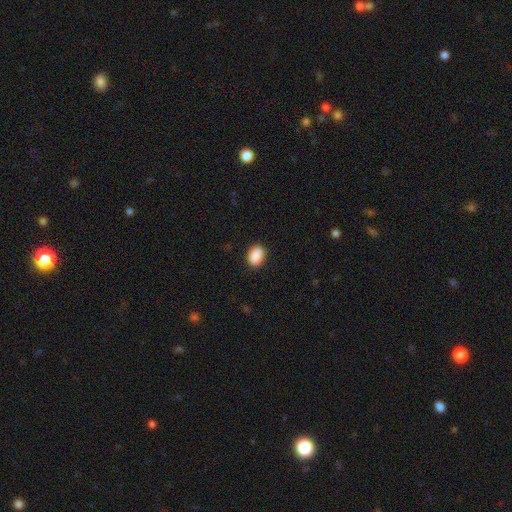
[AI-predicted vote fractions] This is clearly a smooth galaxy (90%). How rounded: likely in between (77%). Merging: clearly none (89%).